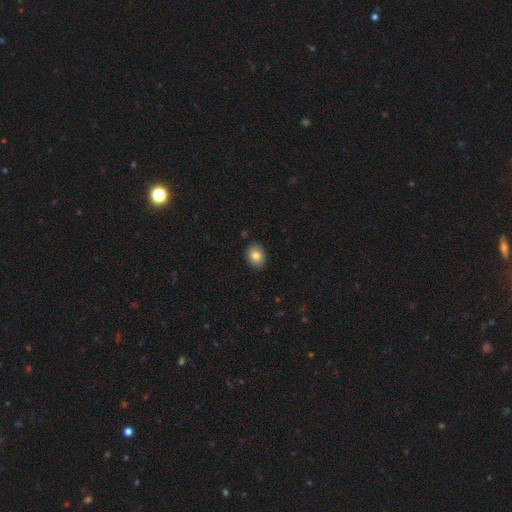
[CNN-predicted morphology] Smooth or featured? smooth (83%)
How rounded? in between (51%)
Merging? none (89%)